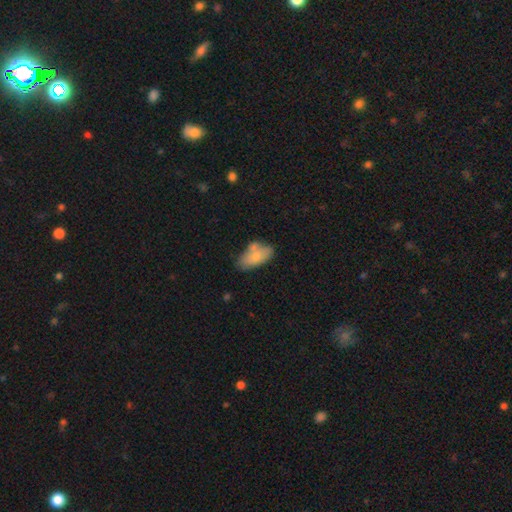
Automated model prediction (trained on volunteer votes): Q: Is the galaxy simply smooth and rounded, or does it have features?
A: smooth — 72%.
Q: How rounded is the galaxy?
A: in between — 91%.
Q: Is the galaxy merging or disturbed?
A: none — 49%.